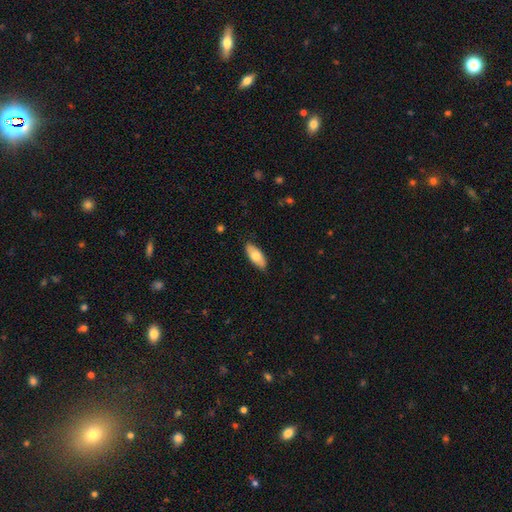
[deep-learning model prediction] Q: Smooth or featured?
A: smooth (72%); runner-up: featured or disk (22%)
Q: How rounded?
A: in between (79%); runner-up: cigar-shaped (19%)
Q: Merging?
A: none (85%); runner-up: minor disturbance (12%)